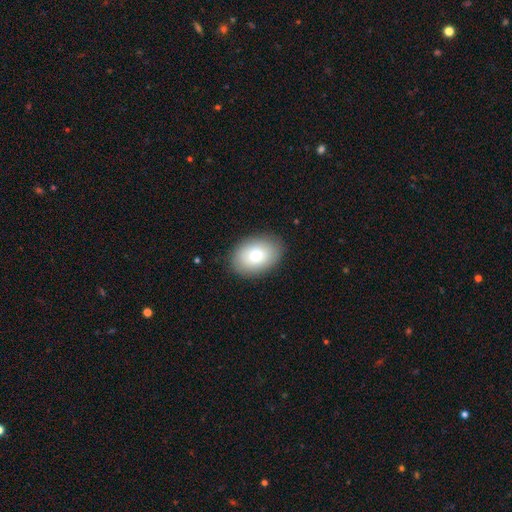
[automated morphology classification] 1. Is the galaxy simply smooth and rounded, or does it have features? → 79% smooth, 14% featured or disk, 7% star or artifact.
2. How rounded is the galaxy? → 83% in between, 16% round, 1% cigar-shaped.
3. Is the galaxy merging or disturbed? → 87% none, 10% minor disturbance, 3% major disturbance, 1% merger.